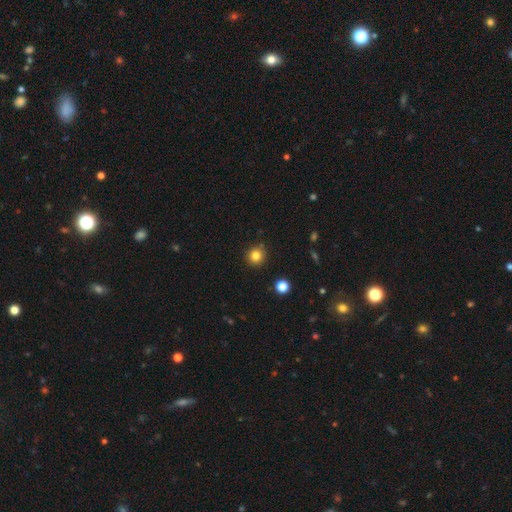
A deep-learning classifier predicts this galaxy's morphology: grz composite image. It shows a smooth galaxy with no disk features (82%) that is round (91%). Merging: none (89%).